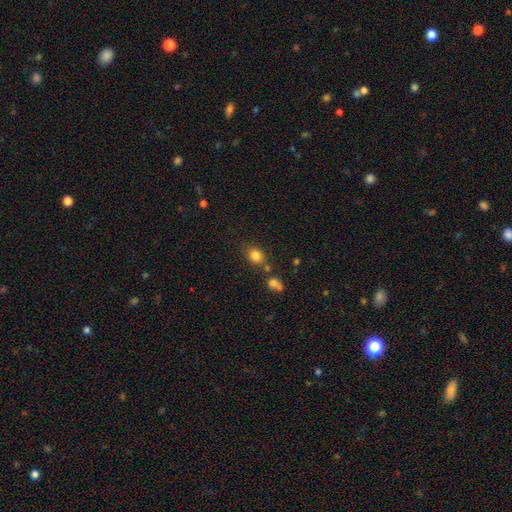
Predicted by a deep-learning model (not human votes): The model was most divided on "how rounded": round: 56%, in between: 42%, cigar-shaped: 1%. More confident: smooth or featured — smooth (81%); merging — none (67%).